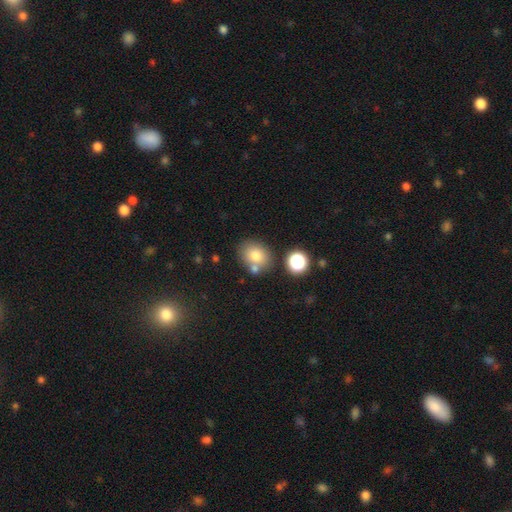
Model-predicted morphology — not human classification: Smooth or featured: smooth — 77% (featured or disk — 12%)
How rounded: round — 51% (in between — 48%)
Merging: none — 63% (merger — 19%)